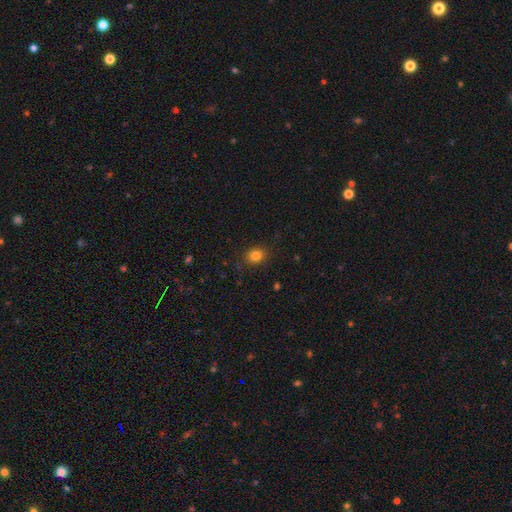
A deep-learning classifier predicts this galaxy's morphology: Overall: smooth (83%). How rounded: round (58%; in between 41%). Merging: none (86%).